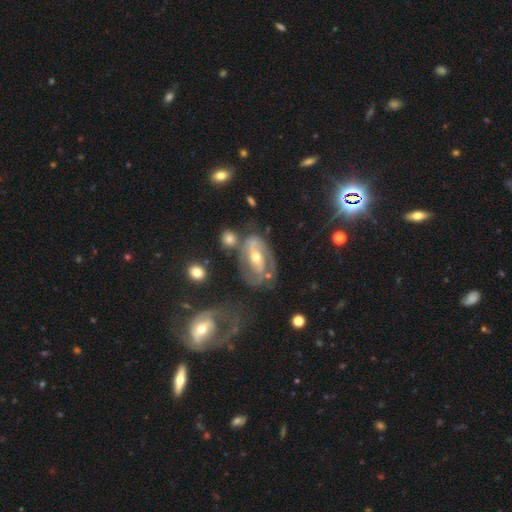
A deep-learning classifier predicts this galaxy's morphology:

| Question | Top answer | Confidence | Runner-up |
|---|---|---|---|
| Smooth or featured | featured or disk | 82% | smooth (11%) |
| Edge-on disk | no | 95% | yes (5%) |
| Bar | weak | 37% | no (32%) |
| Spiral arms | yes | 88% | no (12%) |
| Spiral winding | tight | 42% | tied: medium (42%) |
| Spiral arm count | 2 | 64% | can't tell (17%) |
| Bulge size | moderate | 59% | small (36%) |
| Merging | none | 46% | minor disturbance (21%) |